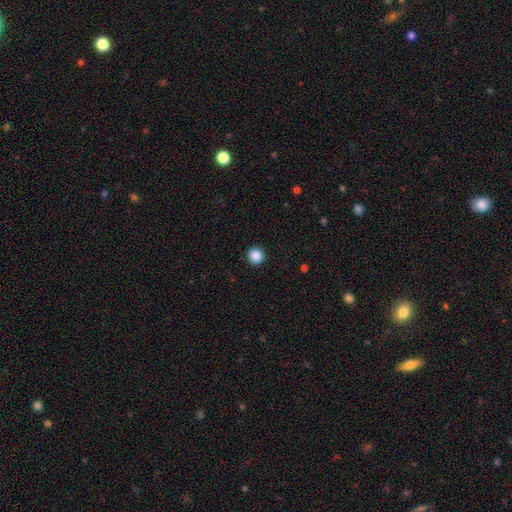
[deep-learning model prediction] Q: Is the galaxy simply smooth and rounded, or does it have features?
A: smooth — 88%.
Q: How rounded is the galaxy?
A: round — 94%.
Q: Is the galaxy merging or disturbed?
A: none — 93%.